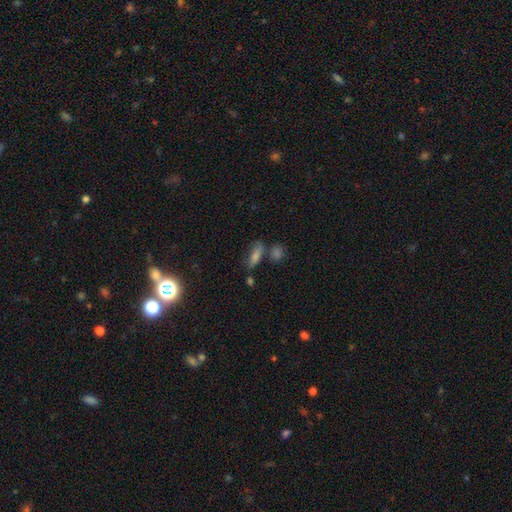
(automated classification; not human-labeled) smooth-or-featured: smooth: 57% | star or artifact: 21% | featured or disk: 21%
  how-rounded: in between: 47% | cigar-shaped: 46% | round: 7%
  merging: none: 63% | merger: 16% | minor disturbance: 15% | major disturbance: 6%